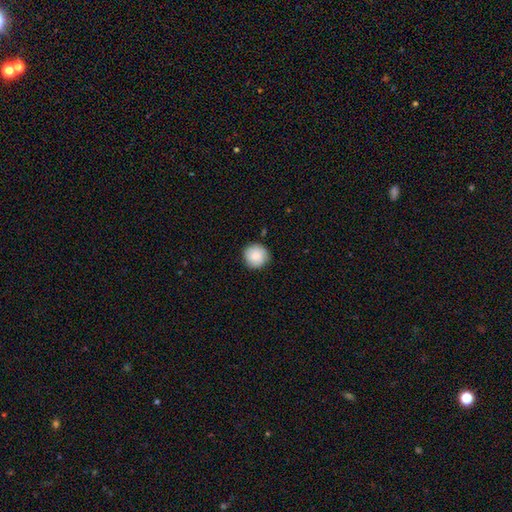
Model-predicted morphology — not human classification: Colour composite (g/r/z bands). It shows a smooth galaxy with no disk features (82%) that is round (95%). Merging: none (87%).